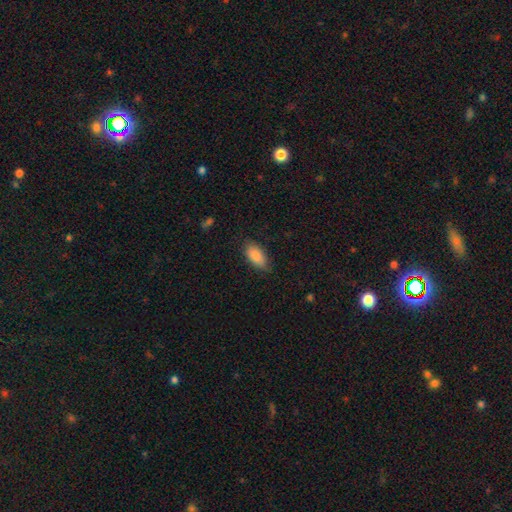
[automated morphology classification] This is clearly a smooth galaxy (87%). How rounded: clearly in between (91%). Merging: likely none (79%).